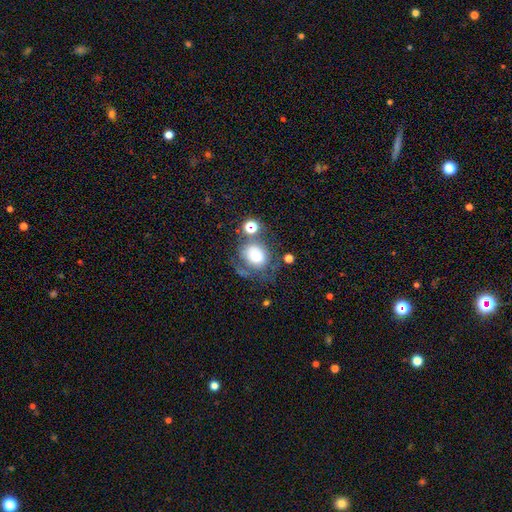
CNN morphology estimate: Overall: smooth (63%; featured or disk 24%). How rounded: round (64%; in between 35%). Merging: none (47%; minor disturbance 20%).